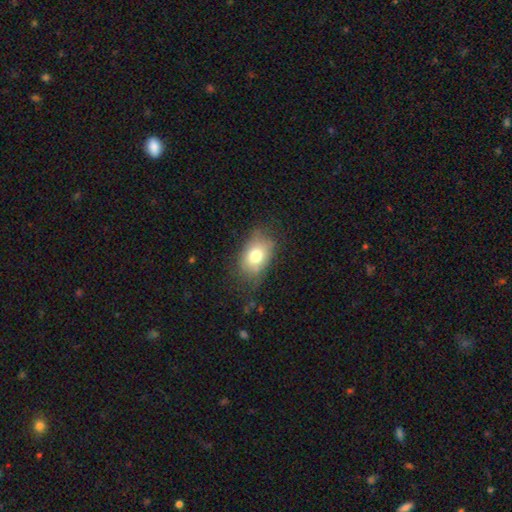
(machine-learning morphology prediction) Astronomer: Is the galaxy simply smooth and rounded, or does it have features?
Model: smooth — 75%.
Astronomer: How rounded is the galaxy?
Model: in between — 83%.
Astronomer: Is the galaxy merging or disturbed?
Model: none — 68%.